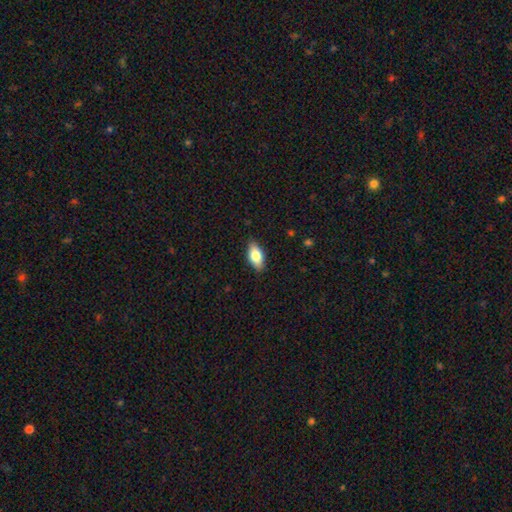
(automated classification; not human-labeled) smooth-or-featured: smooth: 77% | featured or disk: 16% | star or artifact: 7%
  how-rounded: in between: 88% | cigar-shaped: 8% | round: 4%
  merging: none: 86% | minor disturbance: 10% | major disturbance: 2% | merger: 1%